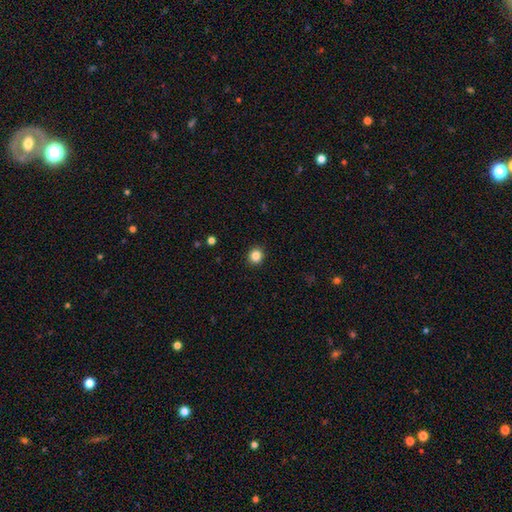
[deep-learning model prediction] smooth-or-featured: smooth: 85% | star or artifact: 11% | featured or disk: 4%
  how-rounded: round: 88% | in between: 12% | cigar-shaped: 1%
  merging: none: 92% | minor disturbance: 5% | major disturbance: 2% | merger: 1%